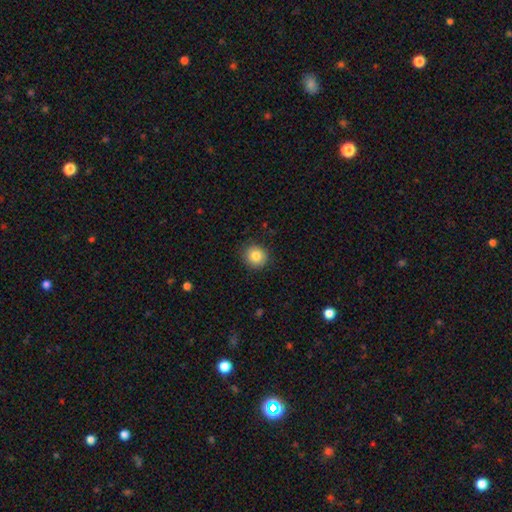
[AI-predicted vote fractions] A smooth galaxy with no disk features (84%) that is round (87%).

Vote fractions:
- Smooth or featured? smooth: 84% / star or artifact: 9% / featured or disk: 7%
- How rounded? round: 87% / in between: 12% / cigar-shaped: 1%
- Merging? none: 88% / minor disturbance: 9% / major disturbance: 2% / merger: 1%